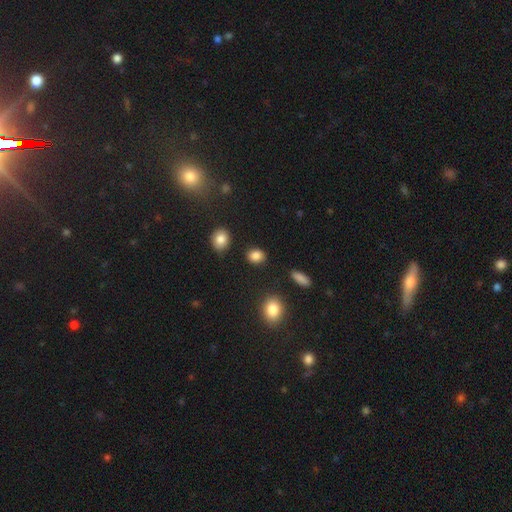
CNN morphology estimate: Q: Smooth or featured?
A: smooth (86%); runner-up: star or artifact (9%)
Q: How rounded?
A: in between (52%); runner-up: round (46%)
Q: Merging?
A: none (86%); runner-up: minor disturbance (9%)